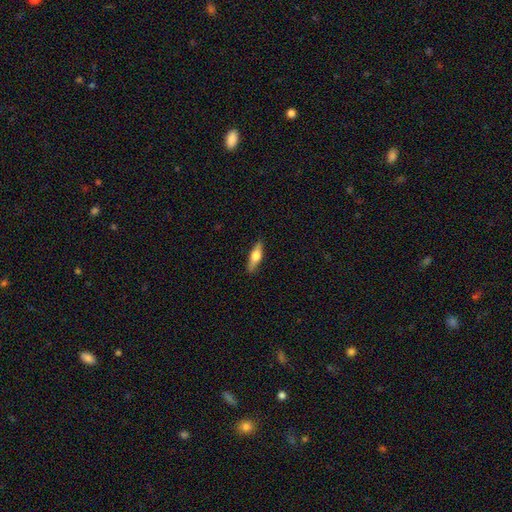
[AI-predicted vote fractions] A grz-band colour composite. It shows a smooth galaxy with no disk features (51%) that is cigar-shaped (54%). Merging: none (87%).